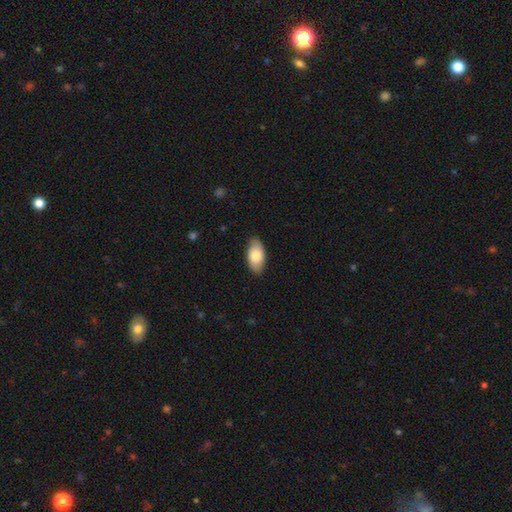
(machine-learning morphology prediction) The model was most divided on "smooth or featured": smooth: 80%, featured or disk: 14%, star or artifact: 6%. More confident: how rounded — in between (94%); merging — none (86%).